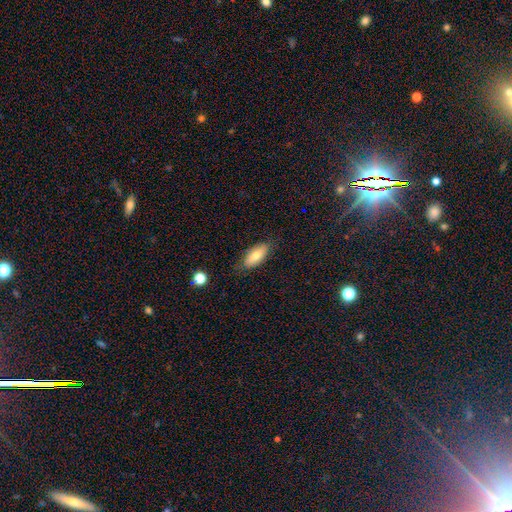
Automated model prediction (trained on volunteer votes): Smooth or featured: smooth — 71% (featured or disk — 21%)
How rounded: in between — 84% (cigar-shaped — 13%)
Merging: none — 81% (minor disturbance — 15%)